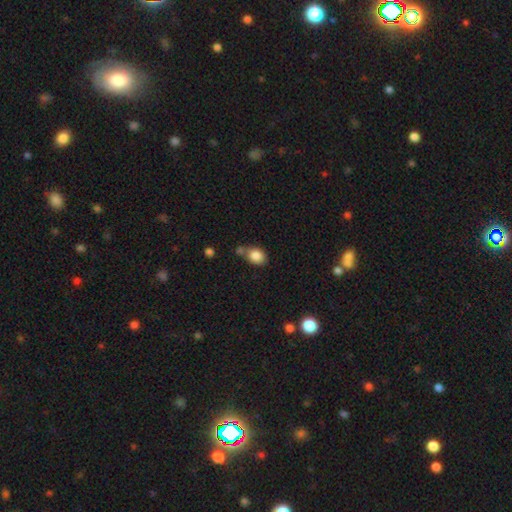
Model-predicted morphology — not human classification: A smooth galaxy with no disk features (85%) that is in between round and cigar-shaped (61%). Merging: none (50%).